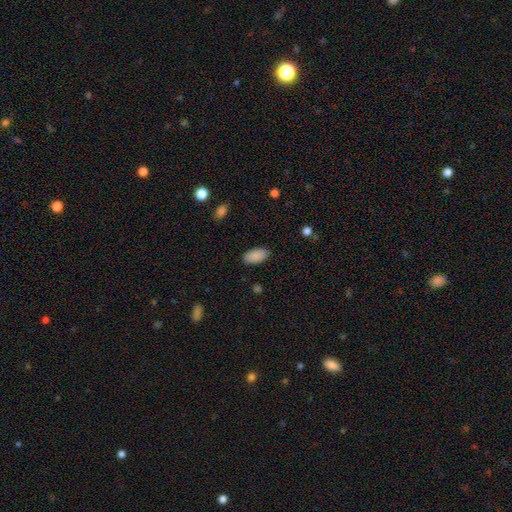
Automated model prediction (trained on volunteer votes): Morphology: type=smooth (89%); roundness=in between (94%); merging=none (87%).